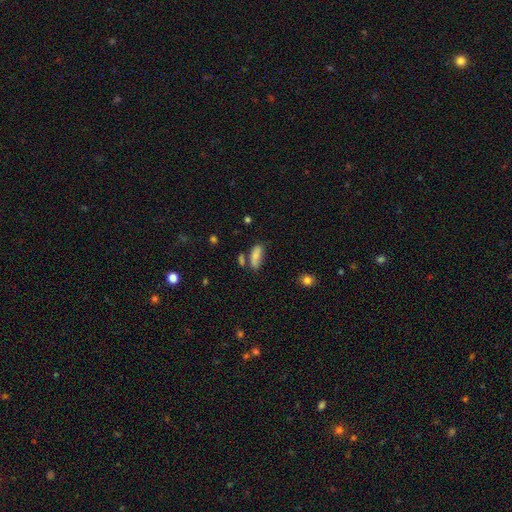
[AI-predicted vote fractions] Morphology: type=smooth (82%); roundness=in between (73%); merging=none (54%).